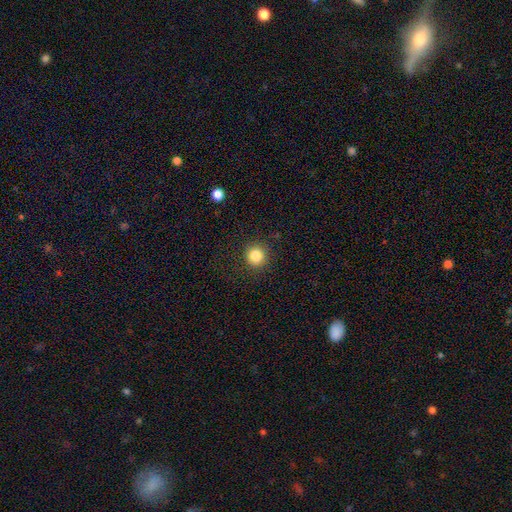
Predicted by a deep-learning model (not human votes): Smooth or featured? Predicted: smooth (p=0.84). How rounded? Predicted: round (p=0.94). Merging? Predicted: none (p=0.90).